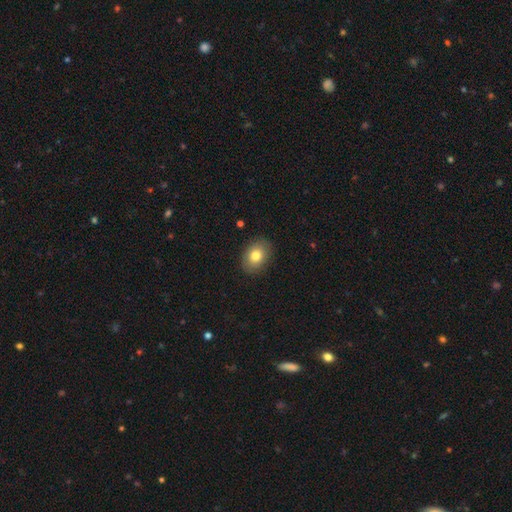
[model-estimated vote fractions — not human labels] A smooth galaxy with no disk features (79%) that is in between round and cigar-shaped (69%).

Vote fractions:
- Smooth or featured? smooth: 79% / featured or disk: 12% / star or artifact: 9%
- How rounded? in between: 69% / round: 30% / cigar-shaped: 1%
- Merging? none: 88% / minor disturbance: 9% / major disturbance: 2% / merger: 1%